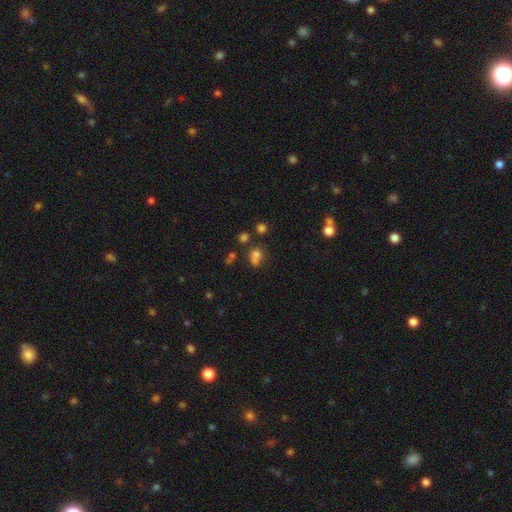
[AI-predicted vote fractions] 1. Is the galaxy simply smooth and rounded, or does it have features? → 69% smooth, 19% star or artifact, 12% featured or disk.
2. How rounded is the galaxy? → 65% round, 33% in between, 1% cigar-shaped.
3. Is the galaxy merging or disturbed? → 43% none, 32% merger, 15% minor disturbance, 9% major disturbance.